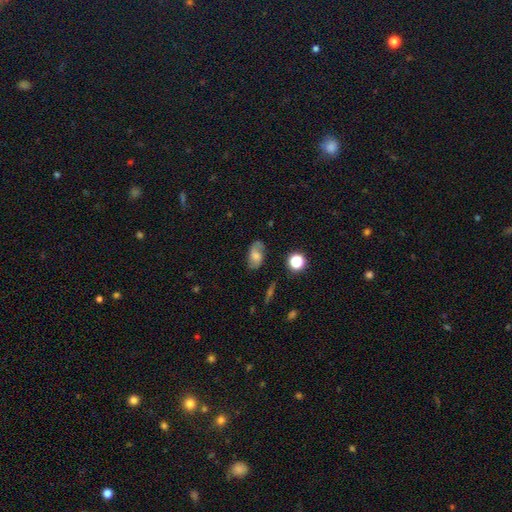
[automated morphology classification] smooth-or-featured: smooth: 51% | featured or disk: 38% | star or artifact: 11%
  how-rounded: in between: 86% | round: 11% | cigar-shaped: 3%
  merging: none: 70% | minor disturbance: 21% | major disturbance: 6% | merger: 2%